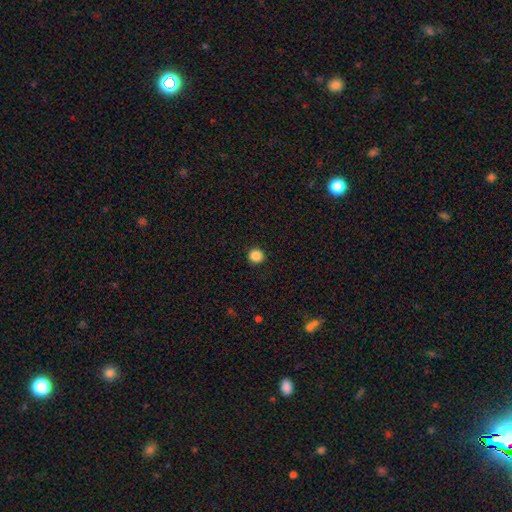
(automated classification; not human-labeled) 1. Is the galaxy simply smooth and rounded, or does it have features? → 87% smooth, 11% star or artifact, 3% featured or disk.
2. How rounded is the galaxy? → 95% round, 4% in between, 1% cigar-shaped.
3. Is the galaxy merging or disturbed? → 93% none, 4% minor disturbance, 2% major disturbance, 1% merger.